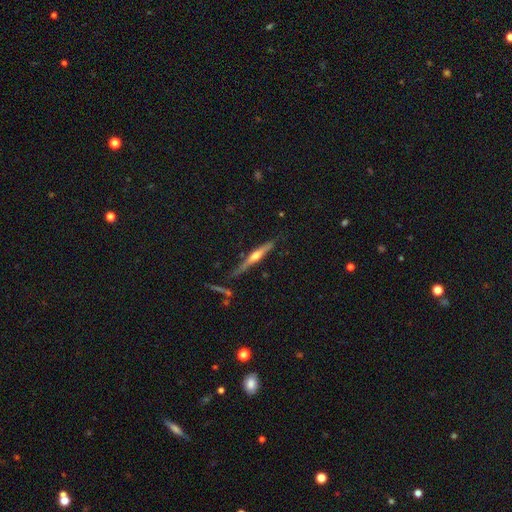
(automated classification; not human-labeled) featured or disk 63%, smooth 31%, star or artifact 6%. Down the decision tree: edge-on disk — yes (95%); edge-on bulge — rounded (84%); merging — none (70%).